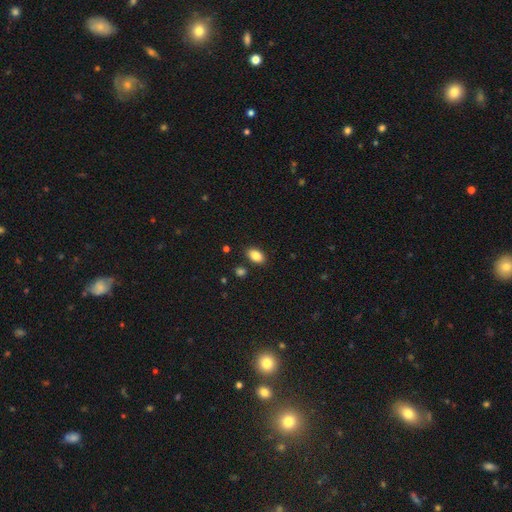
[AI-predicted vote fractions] Smooth or featured? Predicted: smooth (p=0.86). How rounded? Predicted: in between (p=0.88). Merging? Predicted: none (p=0.86).